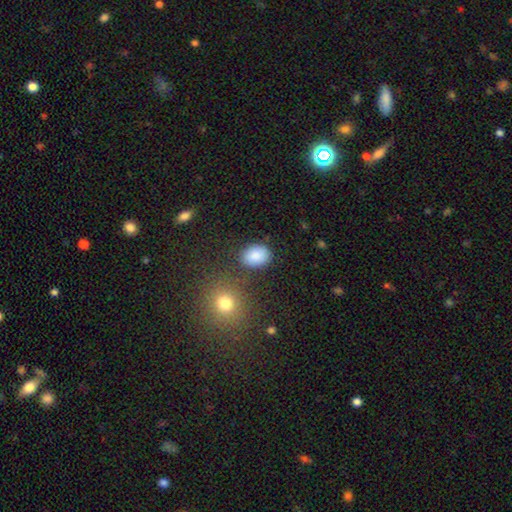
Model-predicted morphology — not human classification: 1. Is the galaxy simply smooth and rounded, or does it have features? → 87% smooth, 8% star or artifact, 5% featured or disk.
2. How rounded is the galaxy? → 70% in between, 29% round, 1% cigar-shaped.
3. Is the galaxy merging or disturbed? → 77% none, 14% minor disturbance, 5% merger, 4% major disturbance.